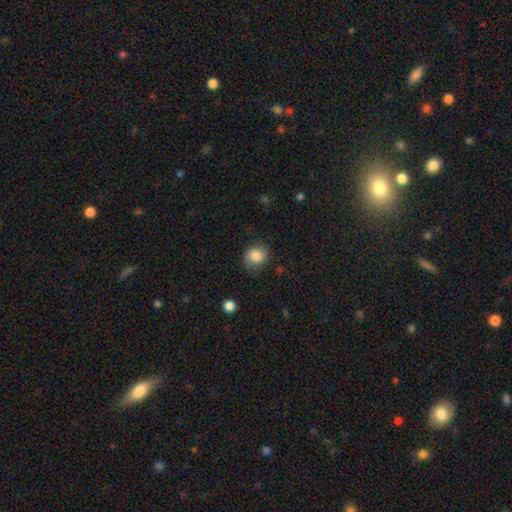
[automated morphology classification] This is likely a smooth galaxy (80%). How rounded: likely round (68%). Merging: likely none (68%).